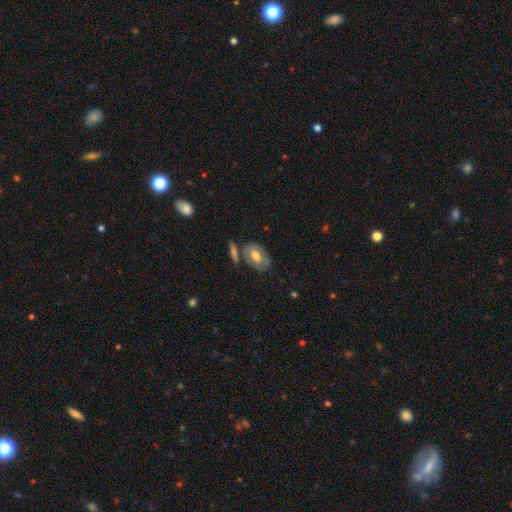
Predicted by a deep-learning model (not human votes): Smooth or featured? smooth (52%)
How rounded? in between (87%)
Merging? none (64%)